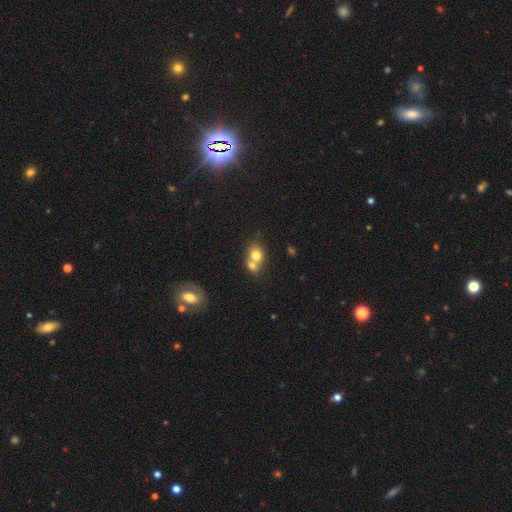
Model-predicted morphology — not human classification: smooth_or_featured: smooth (p=0.73) [alt: featured or disk p=0.17]
how_rounded: round (p=0.58) [alt: in between p=0.41]
merging: merger (p=0.60) [alt: none p=0.30]